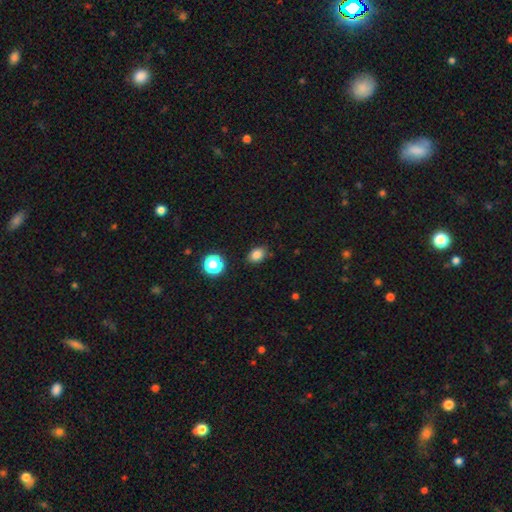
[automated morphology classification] The model was most divided on "how rounded": in between: 74%, round: 24%, cigar-shaped: 1%. More confident: merging — none (85%); smooth or featured — smooth (83%).